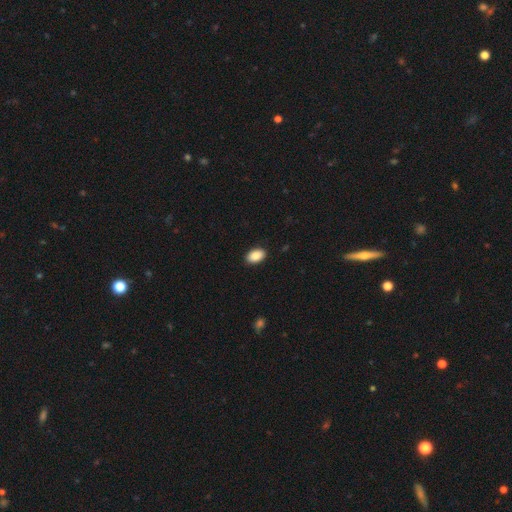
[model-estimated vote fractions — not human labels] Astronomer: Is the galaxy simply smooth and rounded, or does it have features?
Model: smooth — 89%.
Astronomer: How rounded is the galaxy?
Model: in between — 92%.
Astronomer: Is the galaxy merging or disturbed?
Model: none — 90%.